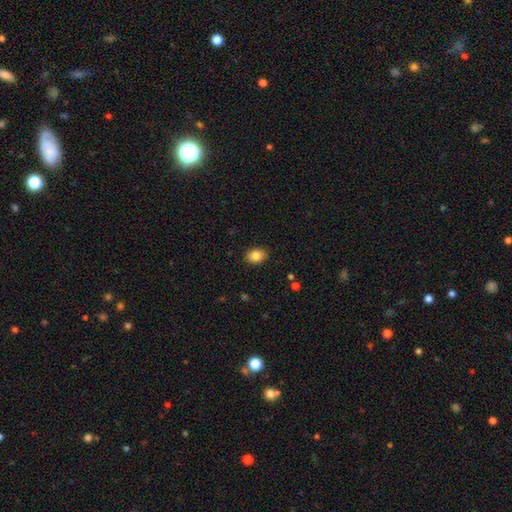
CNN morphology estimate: Smooth or featured? Predicted: smooth (p=0.84). How rounded? Predicted: in between (p=0.71). Merging? Predicted: none (p=0.89).